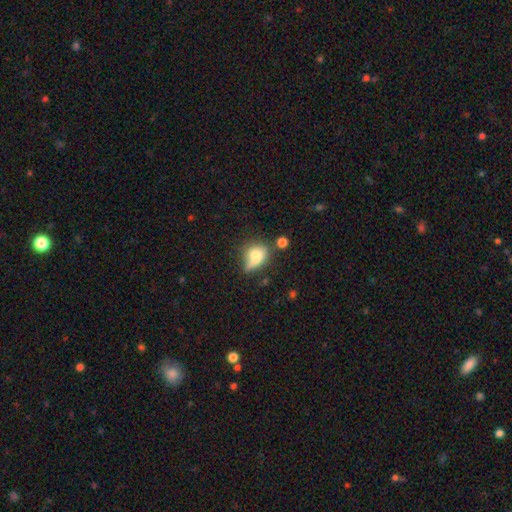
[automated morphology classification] Smooth or featured: smooth — 69% (featured or disk — 20%)
How rounded: in between — 62% (round — 34%)
Merging: none — 33% (minor disturbance — 29%)